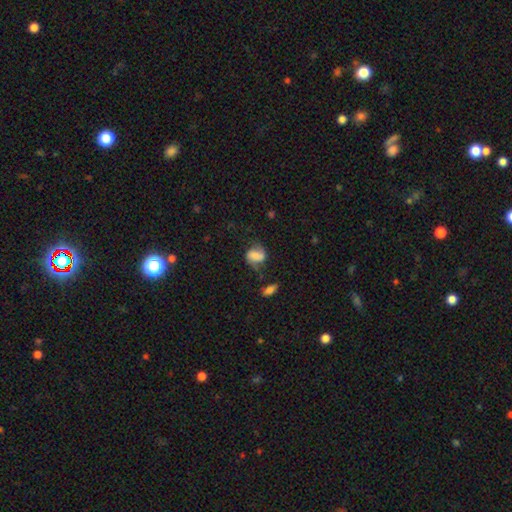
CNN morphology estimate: Overall: smooth (55%; featured or disk 34%). How rounded: in between (62%; round 35%). Merging: none (52%; minor disturbance 27%).